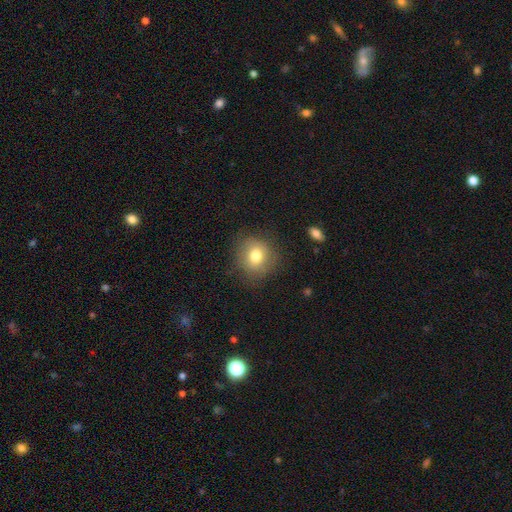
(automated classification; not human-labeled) Smooth or featured? smooth (77%)
How rounded? round (80%)
Merging? none (79%)